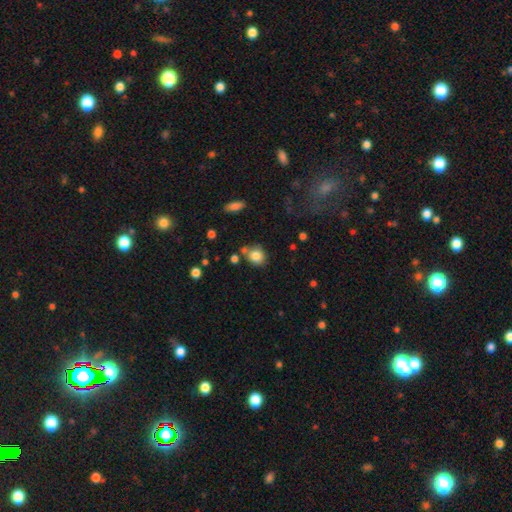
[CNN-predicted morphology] Smooth or featured: smooth — 83% (star or artifact — 10%)
How rounded: round — 74% (in between — 25%)
Merging: none — 68% (minor disturbance — 14%)